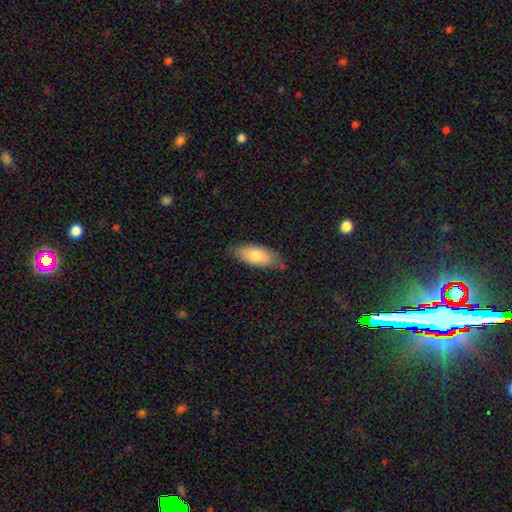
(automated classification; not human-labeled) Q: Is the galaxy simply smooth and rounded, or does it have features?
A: smooth — 74%.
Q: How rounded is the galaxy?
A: in between — 82%.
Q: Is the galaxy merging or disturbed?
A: none — 72%.